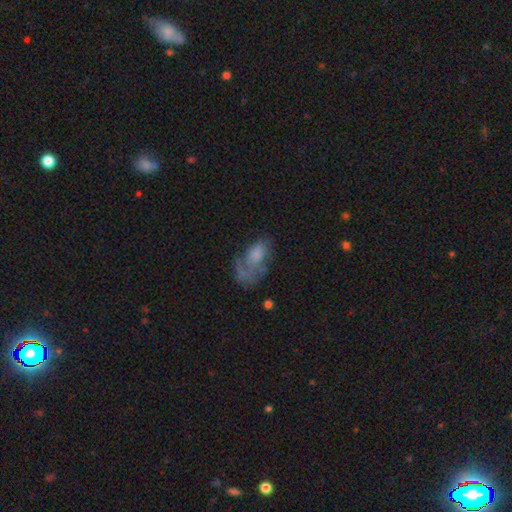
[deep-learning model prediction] Smooth or featured? Predicted: smooth (p=0.48). Merging? Predicted: major disturbance (p=0.40).